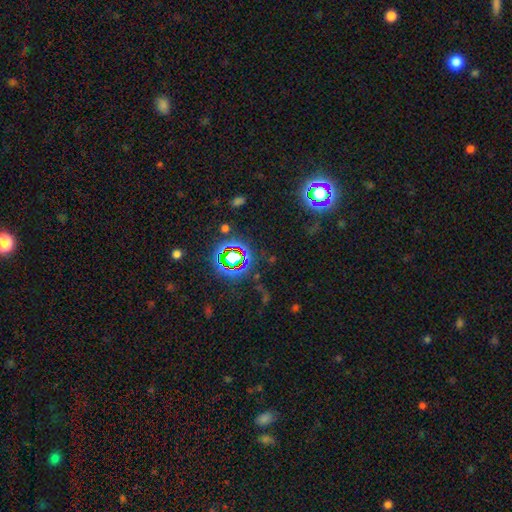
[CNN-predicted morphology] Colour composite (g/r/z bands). It shows a star or artifact, not a galaxy (77%).